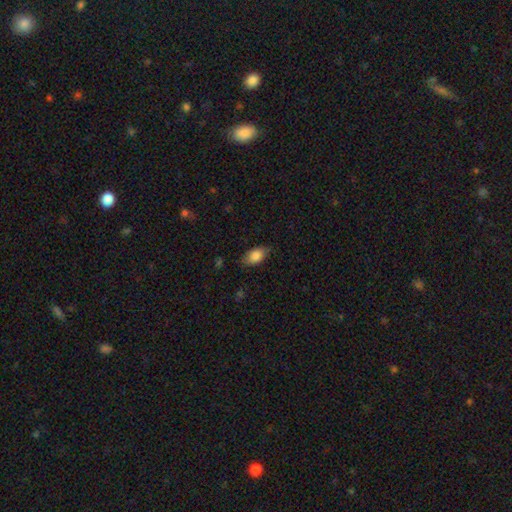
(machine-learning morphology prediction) The model was most divided on "merging": none: 78%, minor disturbance: 18%, major disturbance: 4%, merger: 1%. More confident: how rounded — in between (90%); smooth or featured — smooth (84%).